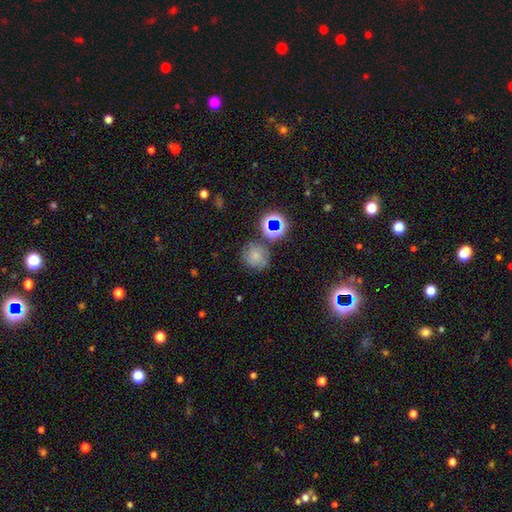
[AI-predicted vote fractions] The model was most divided on "smooth or featured": smooth: 53%, featured or disk: 26%, star or artifact: 21%. More confident: how rounded — round (84%); merging — none (66%).